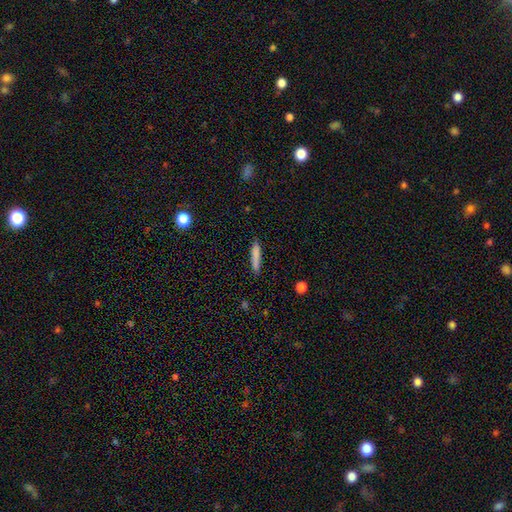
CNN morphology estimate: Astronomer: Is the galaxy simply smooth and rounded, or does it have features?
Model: smooth — 81%.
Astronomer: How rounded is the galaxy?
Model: cigar-shaped — 91%.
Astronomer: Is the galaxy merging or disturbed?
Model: none — 86%.